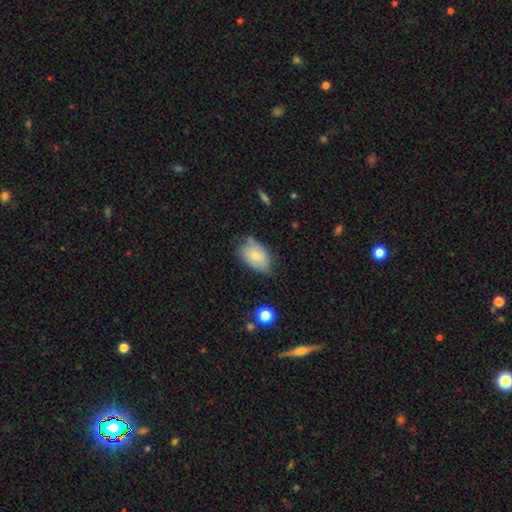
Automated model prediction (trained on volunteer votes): The model was most divided on "merging": none: 55%, minor disturbance: 34%, major disturbance: 7%, merger: 4%. More confident: how rounded — in between (91%); smooth or featured — smooth (76%).